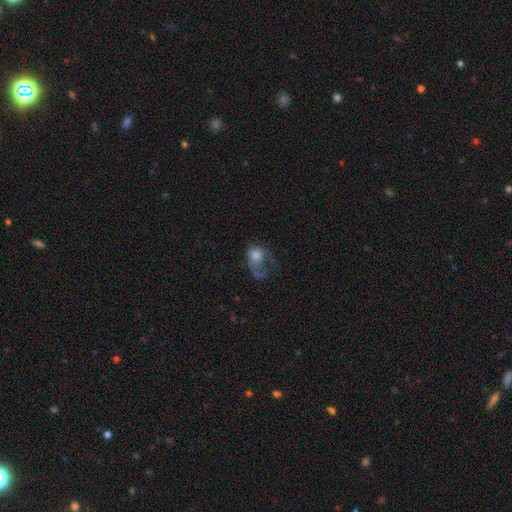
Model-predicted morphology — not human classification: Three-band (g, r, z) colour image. It shows a smooth galaxy with no disk features (55%) that is in between round and cigar-shaped (51%). Merging: major disturbance (61%).